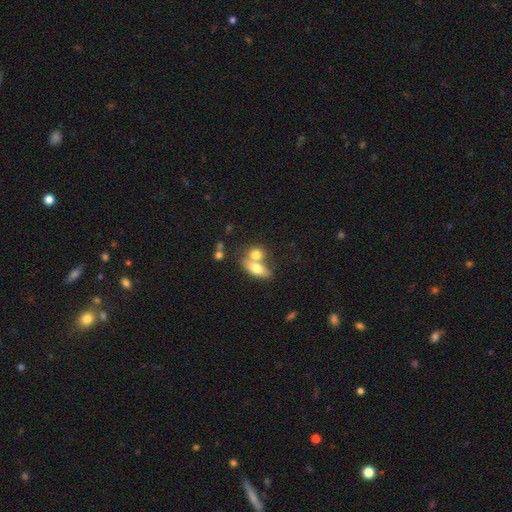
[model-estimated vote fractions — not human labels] A smooth galaxy with no disk features (73%) that is in between round and cigar-shaped (63%). Merging: merger (59%).